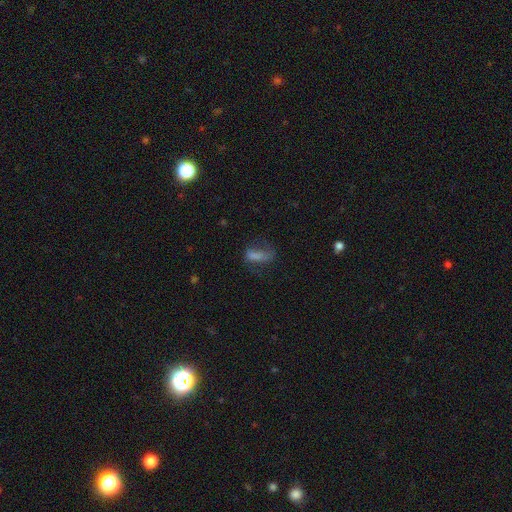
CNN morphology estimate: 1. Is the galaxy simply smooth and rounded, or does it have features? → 53% smooth, 26% featured or disk, 20% star or artifact.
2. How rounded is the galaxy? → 62% in between, 30% cigar-shaped, 7% round.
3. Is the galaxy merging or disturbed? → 44% none, 28% major disturbance, 24% minor disturbance, 4% merger.